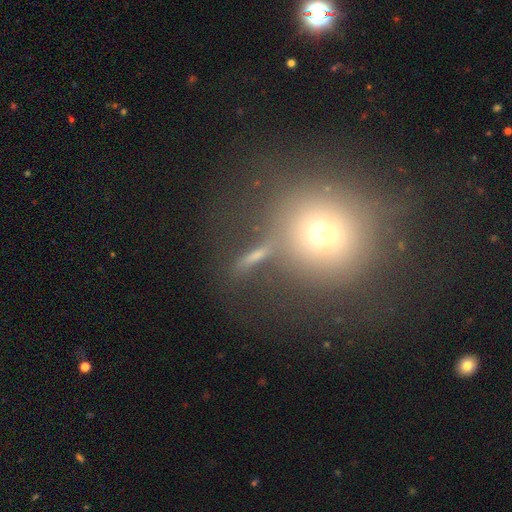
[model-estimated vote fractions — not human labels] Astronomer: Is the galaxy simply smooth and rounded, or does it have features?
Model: smooth — 57%.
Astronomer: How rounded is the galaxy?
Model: cigar-shaped — 37%, tied with round at 37%.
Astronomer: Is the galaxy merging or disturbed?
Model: none — 73%.